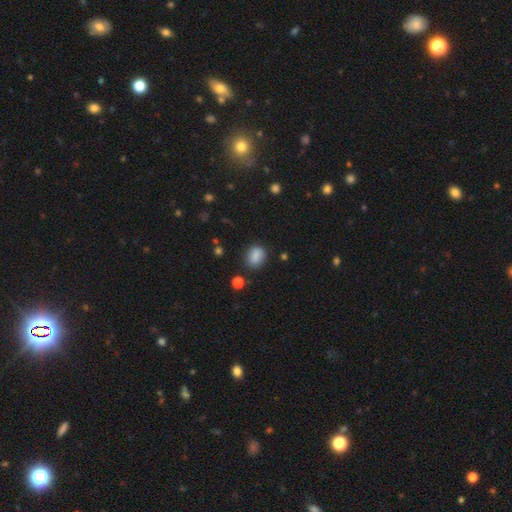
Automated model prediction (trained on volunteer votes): This is clearly a smooth galaxy (86%). How rounded: possibly in between (60%). Merging: likely none (80%).